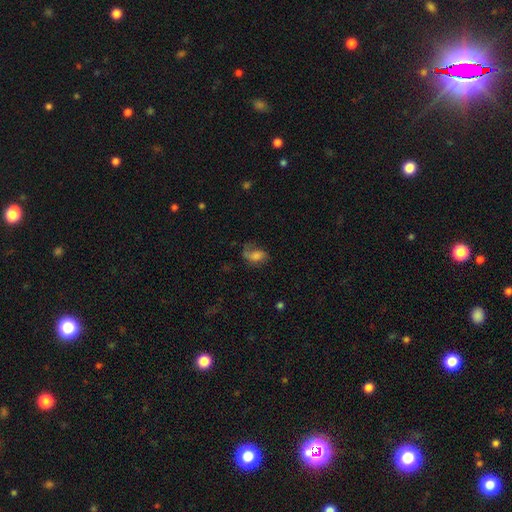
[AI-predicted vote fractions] Q: Smooth or featured?
A: smooth (49%); runner-up: featured or disk (40%)
Q: Merging?
A: none (41%); runner-up: major disturbance (32%)